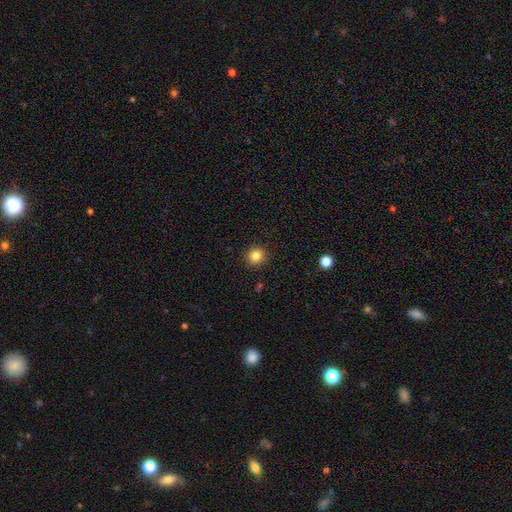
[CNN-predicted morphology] Smooth or featured?
  - smooth: 85% *
  - star or artifact: 11%
  - featured or disk: 4%
How rounded?
  - round: 90% *
  - in between: 10%
  - cigar-shaped: 1%
Merging?
  - none: 89% *
  - minor disturbance: 7%
  - major disturbance: 2%
  - merger: 1%